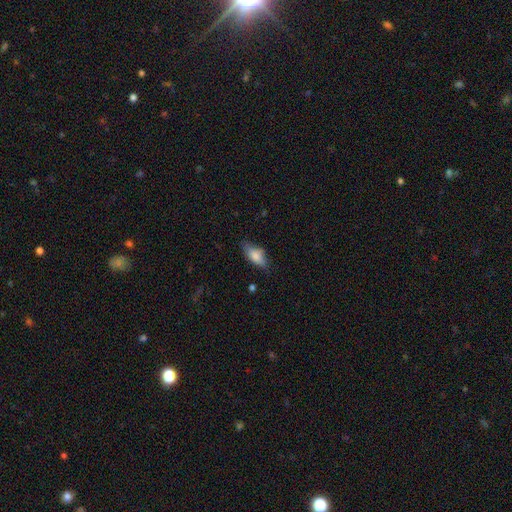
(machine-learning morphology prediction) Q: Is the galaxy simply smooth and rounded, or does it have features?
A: smooth — 79%.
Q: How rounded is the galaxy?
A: in between — 85%.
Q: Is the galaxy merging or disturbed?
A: none — 66%.